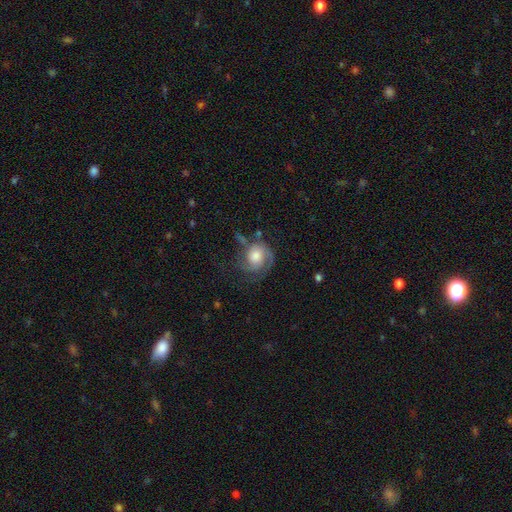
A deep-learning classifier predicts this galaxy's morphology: A featured or disk galaxy (61%) with no bar (76%), 1 (35%) tight (44%) spiral arms (88%) and a moderate central bulge (48%).

Vote fractions:
- Smooth or featured? featured or disk: 61% / smooth: 31% / star or artifact: 8%
- Edge-on disk? no: 98% / yes: 2%
- Bar? no: 76% / weak: 21% / strong: 3%
- Spiral arms? yes: 88% / no: 12%
- Spiral winding? tight: 44% / medium: 37% / loose: 19%
- Spiral arm count? 1: 35% / 2: 33% / can't tell: 19% / 3: 9% / 4: 3% / more than 4: 2%
- Bulge size? moderate: 48% / large: 32% / small: 12% / none: 4% / dominant: 4%
- Merging? none: 50% / major disturbance: 24% / minor disturbance: 22% / merger: 4%